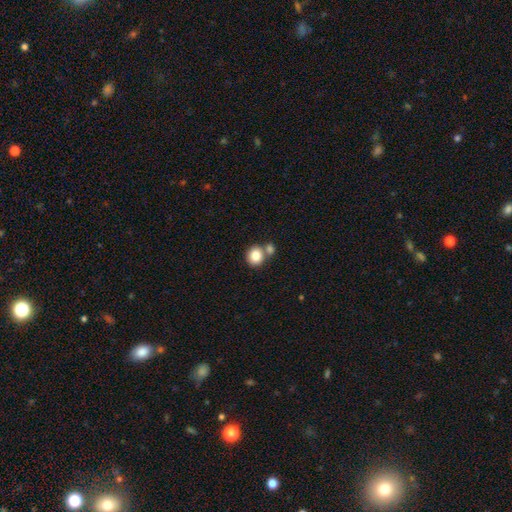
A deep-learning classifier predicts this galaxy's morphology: Overall: smooth (84%). How rounded: round (82%). Merging: none (57%; merger 32%).